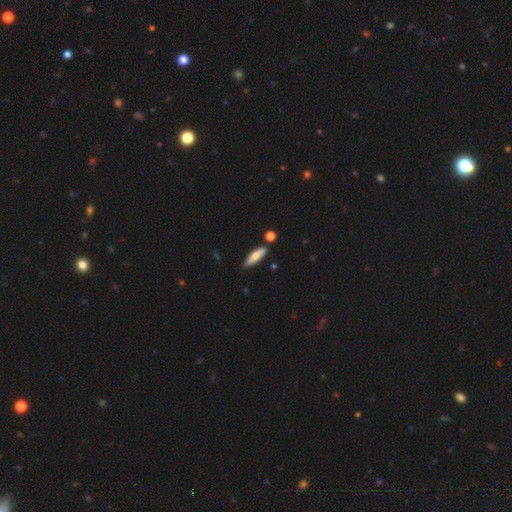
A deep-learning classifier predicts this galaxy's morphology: A smooth galaxy with no disk features (67%) that is cigar-shaped (67%).

Vote fractions:
- Smooth or featured? smooth: 67% / featured or disk: 27% / star or artifact: 6%
- How rounded? cigar-shaped: 67% / in between: 31% / round: 2%
- Merging? none: 81% / minor disturbance: 12% / merger: 5% / major disturbance: 2%